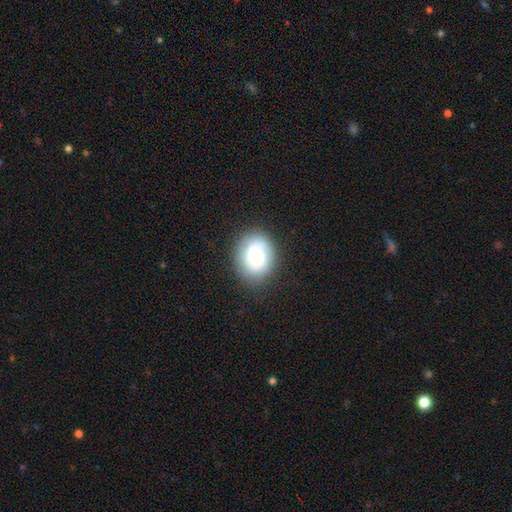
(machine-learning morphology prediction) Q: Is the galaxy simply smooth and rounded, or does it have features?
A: smooth — 61%.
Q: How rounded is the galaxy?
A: round — 58%.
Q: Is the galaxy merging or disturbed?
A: none — 80%.